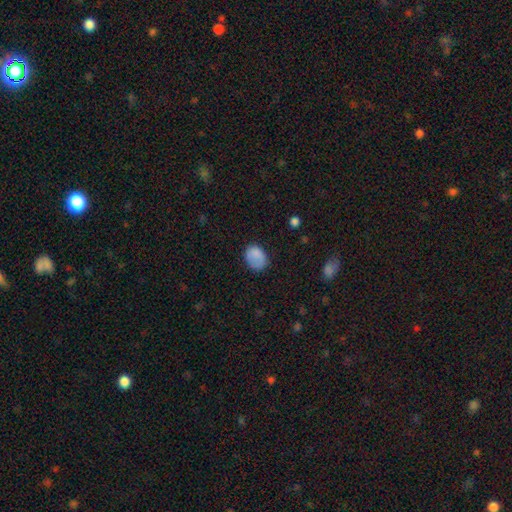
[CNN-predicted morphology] smooth 84%, star or artifact 9%, featured or disk 7%. Down the decision tree: how rounded — in between (60%); merging — none (64%).